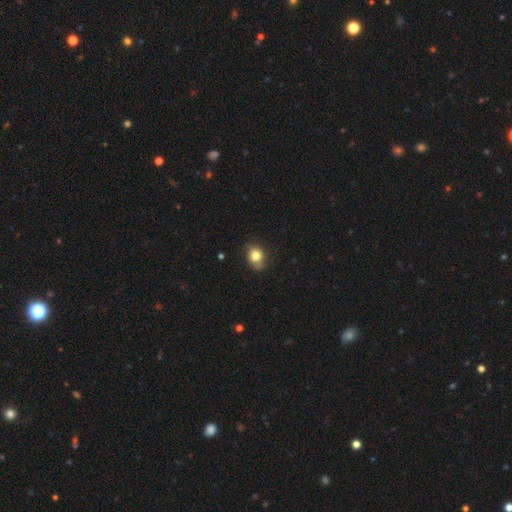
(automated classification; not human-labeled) Smooth or featured? smooth (79%)
How rounded? round (50%)
Merging? none (67%)